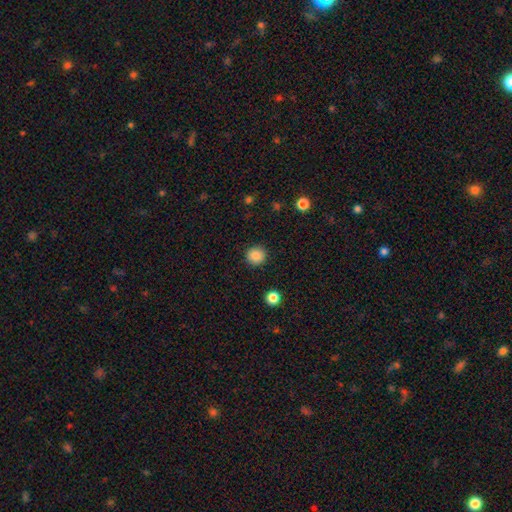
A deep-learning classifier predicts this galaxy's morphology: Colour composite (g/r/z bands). It shows a smooth galaxy with no disk features (87%) that is round (92%). Merging: none (91%).